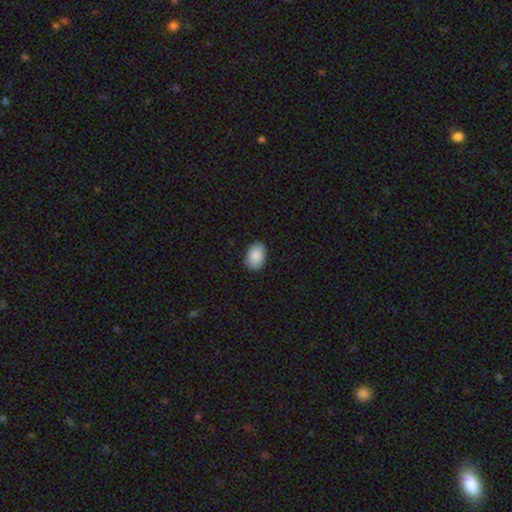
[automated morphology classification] A smooth galaxy with no disk features (88%) that is in between round and cigar-shaped (86%).

Vote fractions:
- Smooth or featured? smooth: 88% / star or artifact: 6% / featured or disk: 6%
- How rounded? in between: 86% / round: 13% / cigar-shaped: 1%
- Merging? none: 85% / minor disturbance: 12% / major disturbance: 2% / merger: 1%